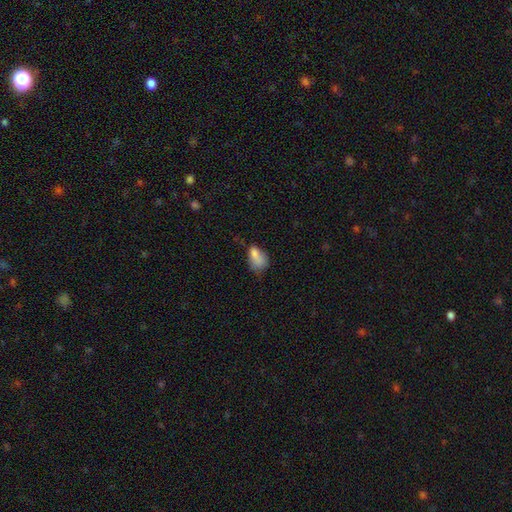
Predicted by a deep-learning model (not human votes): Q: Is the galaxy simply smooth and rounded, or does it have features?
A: smooth — 77%.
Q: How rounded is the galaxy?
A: in between — 83%.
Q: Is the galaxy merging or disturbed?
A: minor disturbance — 34%.